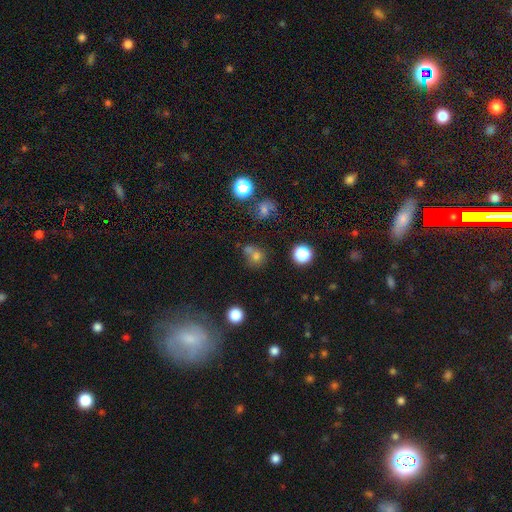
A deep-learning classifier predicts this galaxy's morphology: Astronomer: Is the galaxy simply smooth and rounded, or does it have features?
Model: smooth — 69%.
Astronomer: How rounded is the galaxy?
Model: round — 79%.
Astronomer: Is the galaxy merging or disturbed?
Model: none — 45% (runner-up: merger, 38%).